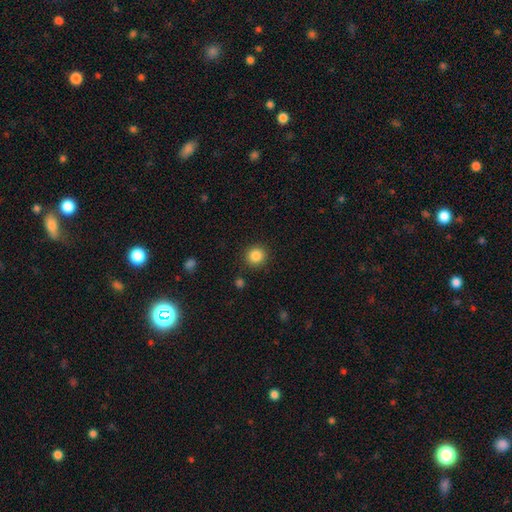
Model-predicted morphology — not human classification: smooth_or_featured: smooth (p=0.86) [alt: star or artifact p=0.10]
how_rounded: round (p=0.93) [alt: in between p=0.06]
merging: none (p=0.90) [alt: minor disturbance p=0.06]